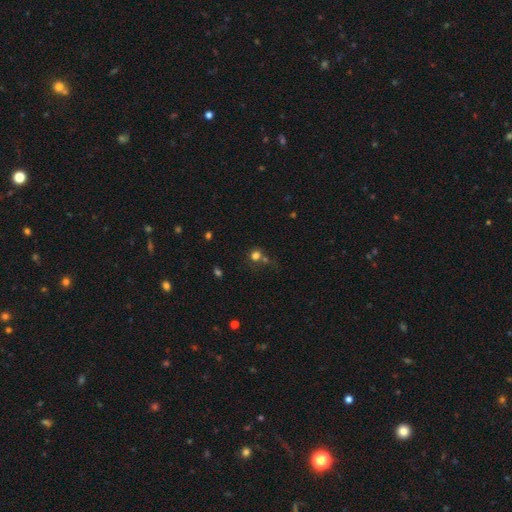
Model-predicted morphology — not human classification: Smooth or featured? Predicted: smooth (p=0.71). How rounded? Predicted: round (p=0.84). Merging? Predicted: none (p=0.56).